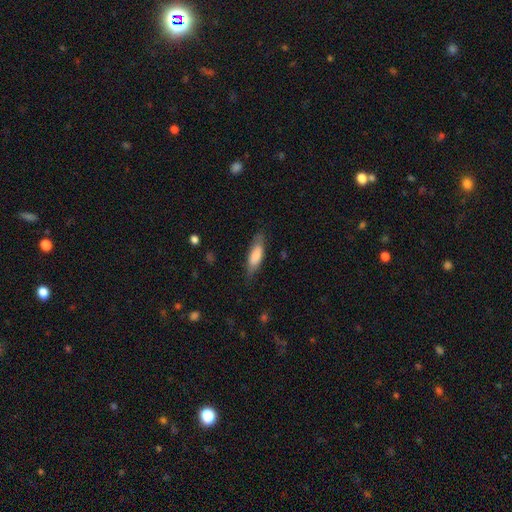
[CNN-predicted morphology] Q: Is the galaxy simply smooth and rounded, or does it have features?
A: smooth — 77%.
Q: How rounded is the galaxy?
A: in between — 56%.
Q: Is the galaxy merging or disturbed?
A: none — 76%.